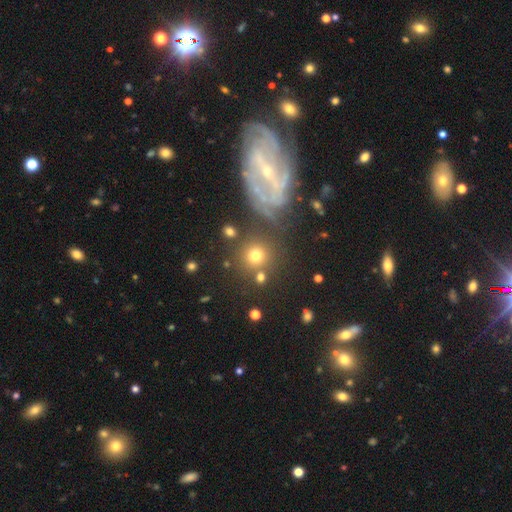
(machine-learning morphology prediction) Smooth or featured? smooth (70%)
How rounded? round (91%)
Merging? none (76%)